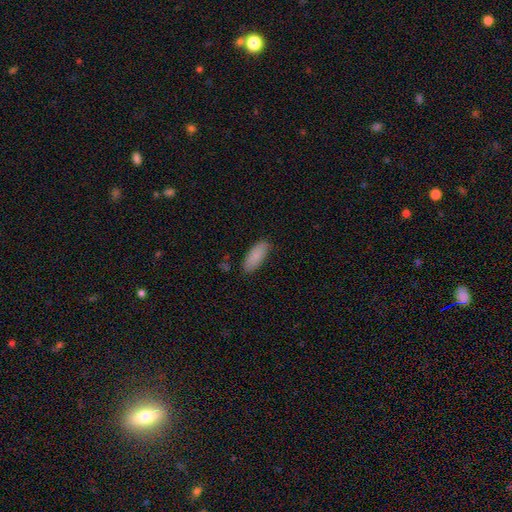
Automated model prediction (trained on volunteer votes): Smooth or featured: smooth — 85% (featured or disk — 8%)
How rounded: in between — 78% (cigar-shaped — 20%)
Merging: none — 83% (minor disturbance — 13%)